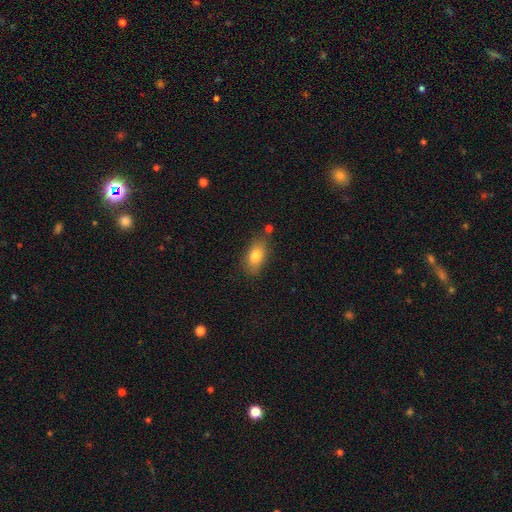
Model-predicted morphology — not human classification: Smooth or featured?
  - smooth: 78% *
  - featured or disk: 13%
  - star or artifact: 8%
How rounded?
  - in between: 85% *
  - round: 9%
  - cigar-shaped: 6%
Merging?
  - none: 75% *
  - minor disturbance: 16%
  - merger: 5%
  - major disturbance: 4%